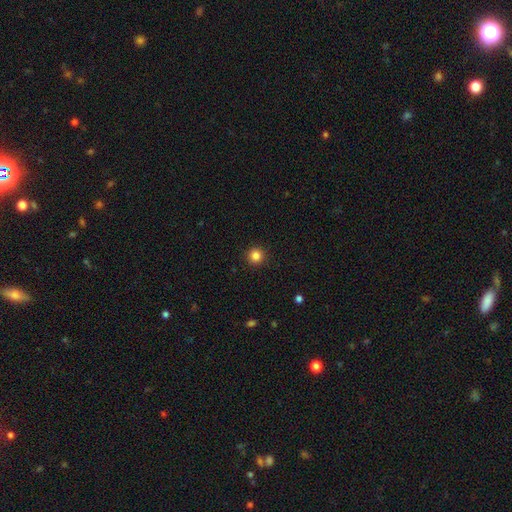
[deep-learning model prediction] This is clearly a smooth galaxy (85%). How rounded: clearly round (95%). Merging: clearly none (93%).